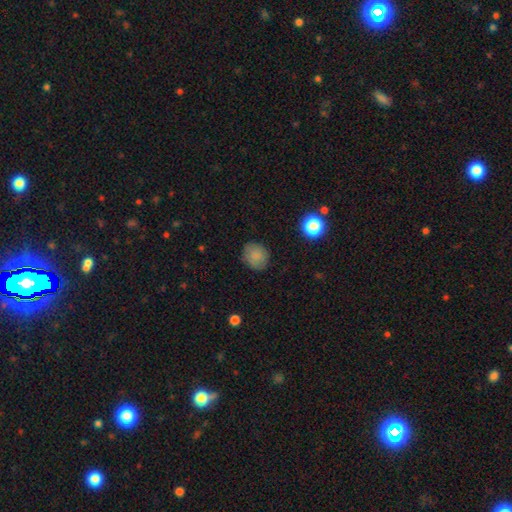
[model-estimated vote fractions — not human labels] Smooth or featured?
  - smooth: 83% *
  - star or artifact: 10%
  - featured or disk: 6%
How rounded?
  - round: 78% *
  - in between: 21%
  - cigar-shaped: 1%
Merging?
  - none: 82% *
  - minor disturbance: 13%
  - major disturbance: 3%
  - merger: 1%